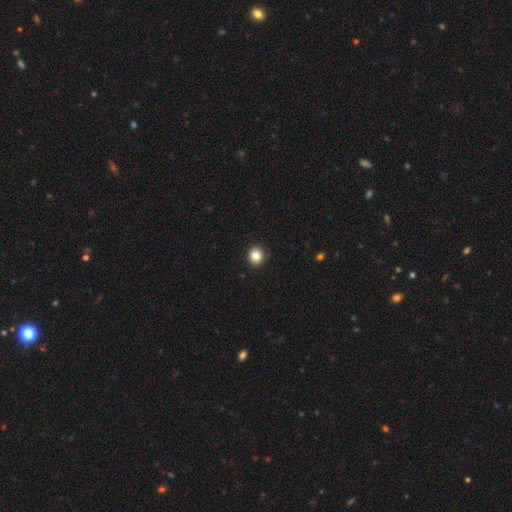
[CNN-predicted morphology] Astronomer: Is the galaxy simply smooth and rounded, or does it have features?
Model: smooth — 85%.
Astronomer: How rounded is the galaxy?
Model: round — 87%.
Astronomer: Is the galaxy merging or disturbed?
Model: none — 92%.